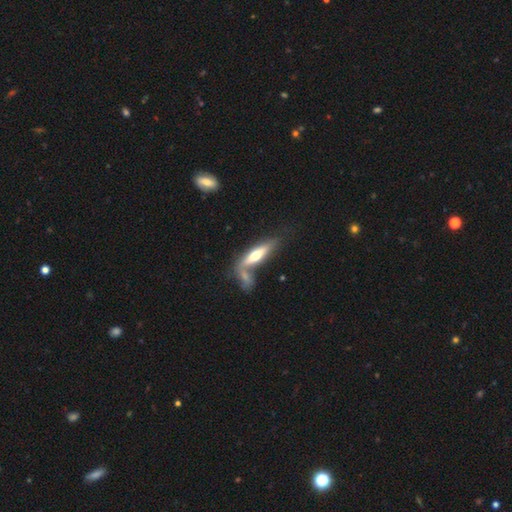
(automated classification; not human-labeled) A smooth galaxy with no disk features (49%).

Vote fractions:
- Smooth or featured? smooth: 49% / featured or disk: 45% / star or artifact: 5%
- Merging? none: 45% / merger: 35% / minor disturbance: 14% / major disturbance: 6%